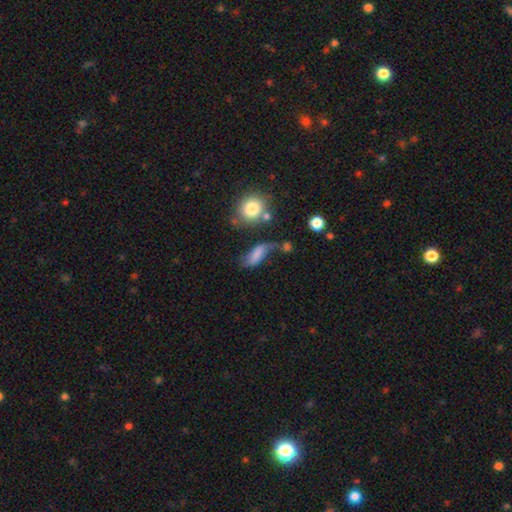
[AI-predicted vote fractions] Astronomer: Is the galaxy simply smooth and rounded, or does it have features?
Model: smooth — 61%.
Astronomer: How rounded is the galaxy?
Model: in between — 75%.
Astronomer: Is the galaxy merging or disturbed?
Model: none — 32% (runner-up: major disturbance, 29%).